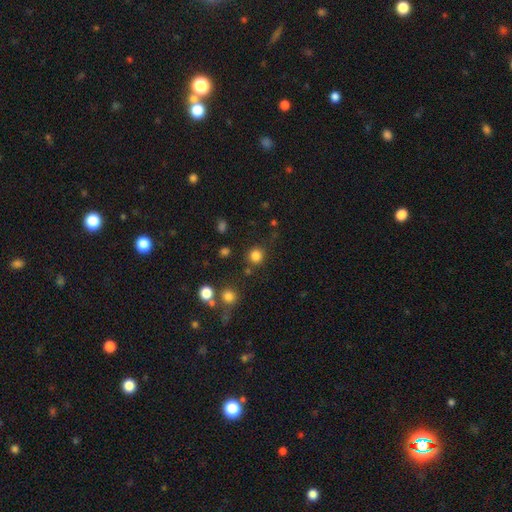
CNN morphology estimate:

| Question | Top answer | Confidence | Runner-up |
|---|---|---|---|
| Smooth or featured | smooth | 81% | star or artifact (14%) |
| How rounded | round | 92% | in between (7%) |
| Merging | none | 83% | minor disturbance (8%) |